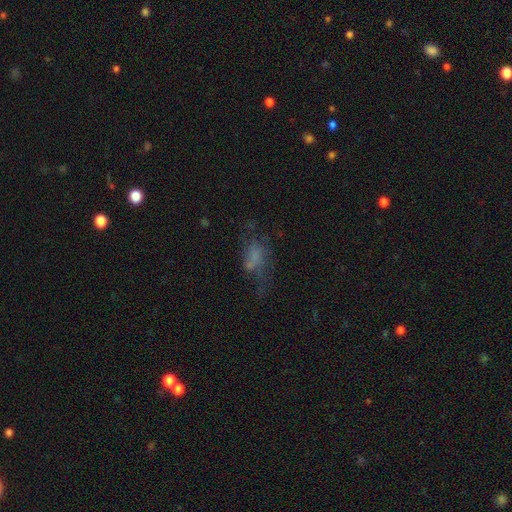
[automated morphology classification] Smooth or featured?
  - smooth: 49% *
  - featured or disk: 32%
  - star or artifact: 19%
Merging?
  - major disturbance: 41% *
  - none: 30%
  - minor disturbance: 21%
  - merger: 8%